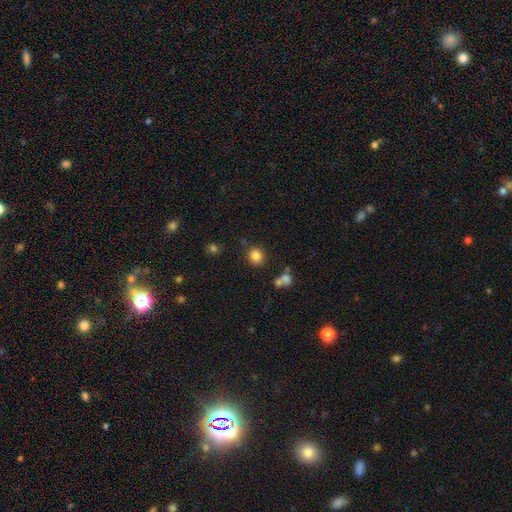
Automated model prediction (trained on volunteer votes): smooth-or-featured: smooth: 83% | star or artifact: 11% | featured or disk: 5%
  how-rounded: round: 87% | in between: 12% | cigar-shaped: 1%
  merging: none: 82% | minor disturbance: 9% | merger: 6% | major disturbance: 3%